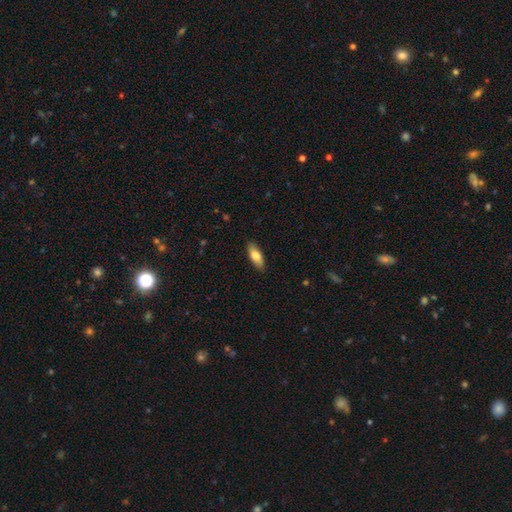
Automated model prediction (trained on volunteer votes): Smooth or featured: smooth — 80% (featured or disk — 14%)
How rounded: in between — 74% (cigar-shaped — 24%)
Merging: none — 87% (minor disturbance — 10%)